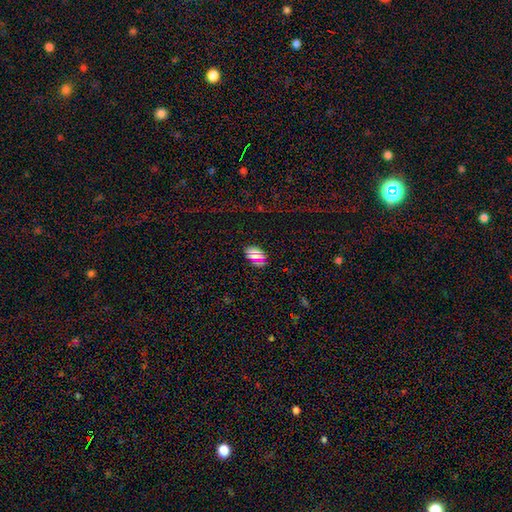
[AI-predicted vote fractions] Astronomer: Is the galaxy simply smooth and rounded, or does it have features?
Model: smooth — 64%.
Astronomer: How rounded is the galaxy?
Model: in between — 83%.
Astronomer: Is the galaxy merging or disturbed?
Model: none — 82%.